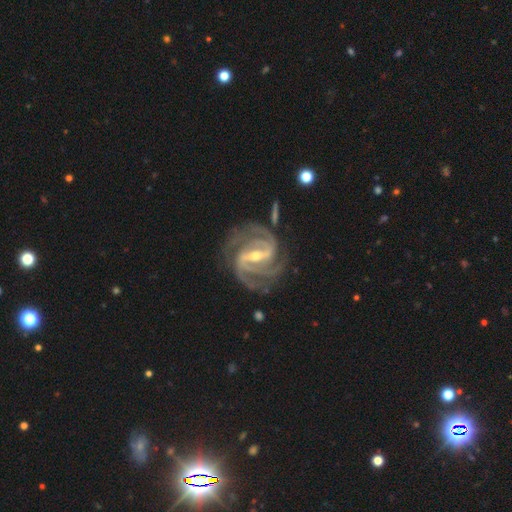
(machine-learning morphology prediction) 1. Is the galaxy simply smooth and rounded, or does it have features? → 94% featured or disk, 4% star or artifact, 2% smooth.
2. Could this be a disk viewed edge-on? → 98% no, 2% yes.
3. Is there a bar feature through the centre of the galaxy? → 67% strong, 27% weak, 6% no.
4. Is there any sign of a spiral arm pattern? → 99% yes, 1% no.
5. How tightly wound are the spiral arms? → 49% tight, 44% medium, 6% loose.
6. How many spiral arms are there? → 36% 3, 32% 2, 16% 4, 7% can't tell, 5% more than 4, 5% 1.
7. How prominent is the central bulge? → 52% moderate, 44% small, 2% large, 1% none, 1% dominant.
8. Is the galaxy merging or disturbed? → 75% none, 15% minor disturbance, 7% major disturbance, 3% merger.